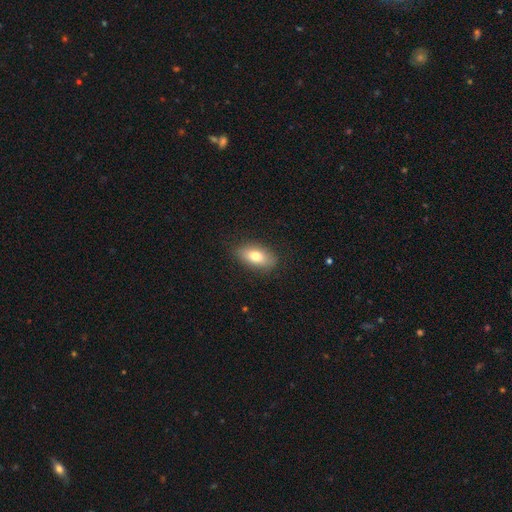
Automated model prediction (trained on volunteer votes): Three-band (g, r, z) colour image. It shows a smooth galaxy with no disk features (76%) that is in between round and cigar-shaped (88%). Merging: none (85%).